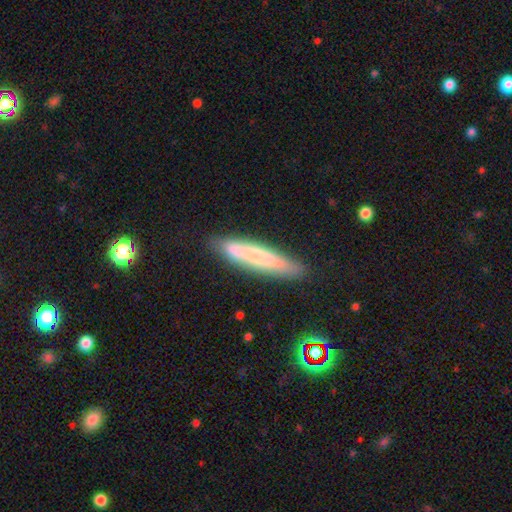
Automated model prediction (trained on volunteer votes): A smooth galaxy with no disk features (53%) that is cigar-shaped (88%).

Vote fractions:
- Smooth or featured? smooth: 53% / featured or disk: 39% / star or artifact: 8%
- How rounded? cigar-shaped: 88% / in between: 10% / round: 2%
- Merging? none: 77% / minor disturbance: 15% / major disturbance: 4% / merger: 4%